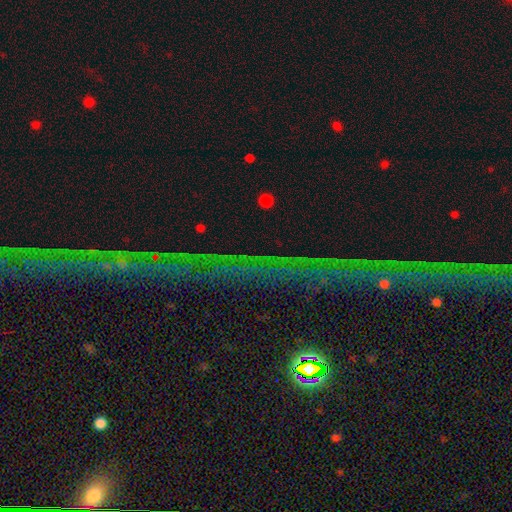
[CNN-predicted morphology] star or artifact 75%, smooth 14%, featured or disk 11%.